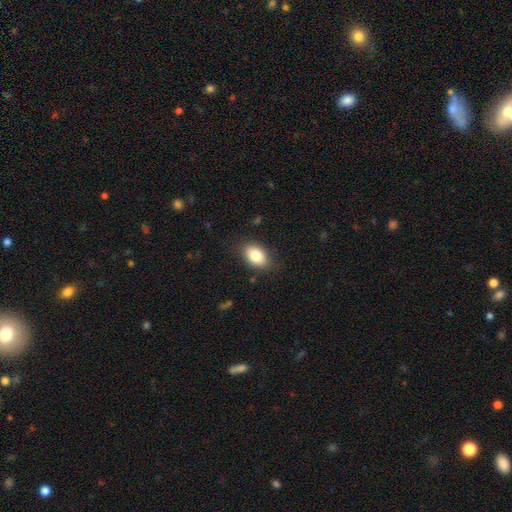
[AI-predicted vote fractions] Smooth or featured?
  - smooth: 84% *
  - featured or disk: 9%
  - star or artifact: 8%
How rounded?
  - in between: 87% *
  - round: 11%
  - cigar-shaped: 1%
Merging?
  - none: 85% *
  - minor disturbance: 11%
  - major disturbance: 3%
  - merger: 1%